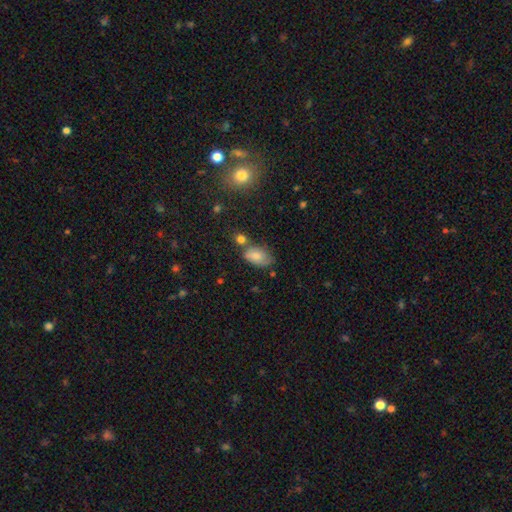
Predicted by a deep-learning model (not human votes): smooth-or-featured: smooth: 76% | featured or disk: 14% | star or artifact: 10%
  how-rounded: in between: 91% | round: 7% | cigar-shaped: 2%
  merging: none: 53% | minor disturbance: 25% | merger: 15% | major disturbance: 7%